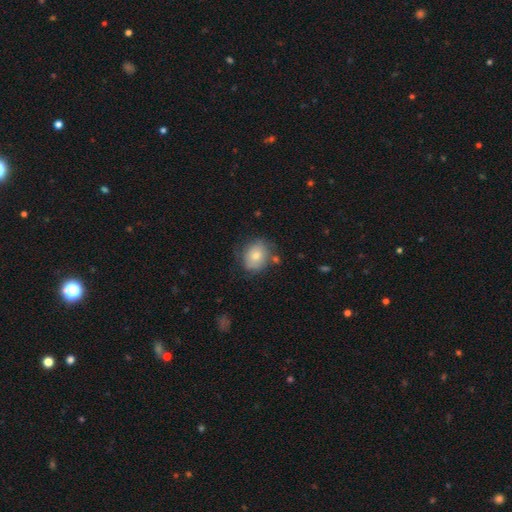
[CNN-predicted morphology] Smooth or featured: smooth — 73% (featured or disk — 19%)
How rounded: round — 63% (in between — 36%)
Merging: none — 63% (minor disturbance — 24%)